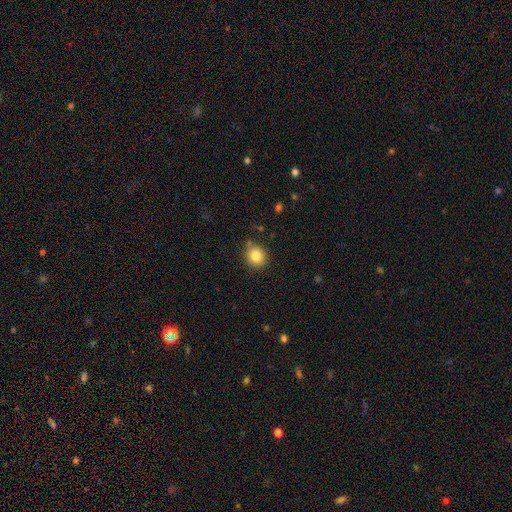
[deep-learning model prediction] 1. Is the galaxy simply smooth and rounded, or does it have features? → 84% smooth, 10% star or artifact, 6% featured or disk.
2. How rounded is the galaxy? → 84% round, 16% in between, 1% cigar-shaped.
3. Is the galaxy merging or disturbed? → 81% none, 12% minor disturbance, 3% merger, 3% major disturbance.